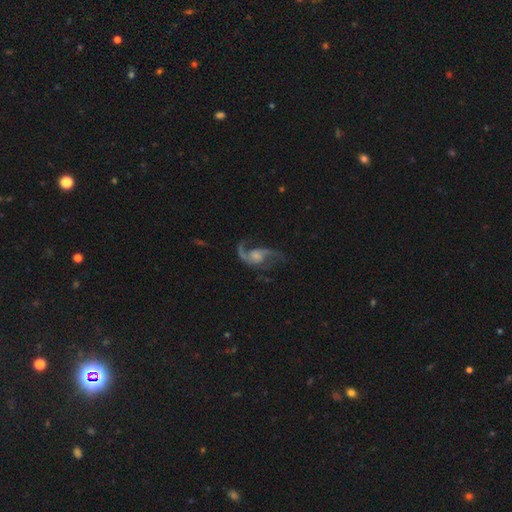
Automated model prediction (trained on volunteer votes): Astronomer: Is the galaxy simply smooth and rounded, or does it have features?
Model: featured or disk — 86%.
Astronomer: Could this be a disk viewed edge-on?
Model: no — 97%.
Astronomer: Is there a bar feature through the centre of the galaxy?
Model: no — 62%.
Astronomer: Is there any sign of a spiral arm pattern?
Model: yes — 95%.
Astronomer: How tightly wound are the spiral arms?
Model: loose — 64%.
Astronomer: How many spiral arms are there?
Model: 2 — 86%.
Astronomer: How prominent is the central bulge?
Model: small — 34% (runner-up: moderate, 31%).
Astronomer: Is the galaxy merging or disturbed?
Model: none — 58%.